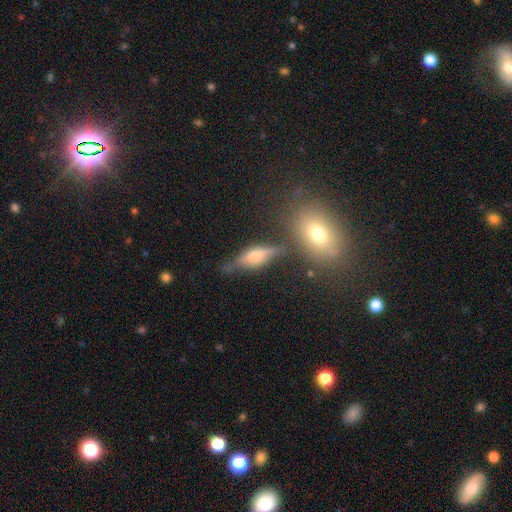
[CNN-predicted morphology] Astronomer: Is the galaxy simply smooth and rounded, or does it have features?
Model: featured or disk — 52% (runner-up: smooth, 36%).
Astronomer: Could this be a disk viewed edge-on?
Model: yes — 82%.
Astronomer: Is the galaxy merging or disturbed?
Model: none — 67%.